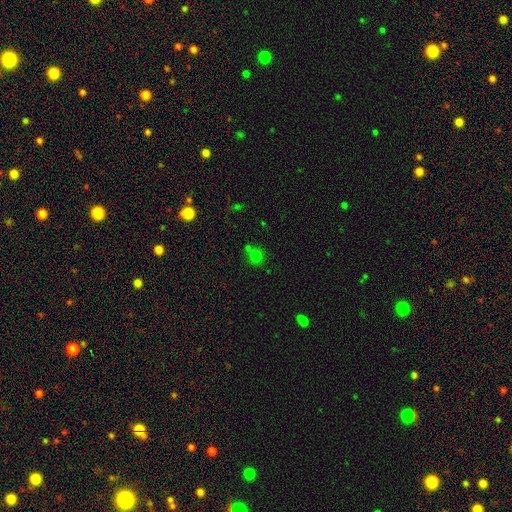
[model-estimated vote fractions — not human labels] smooth 66%, star or artifact 26%, featured or disk 8%. Down the decision tree: how rounded — round (82%); merging — none (62%).